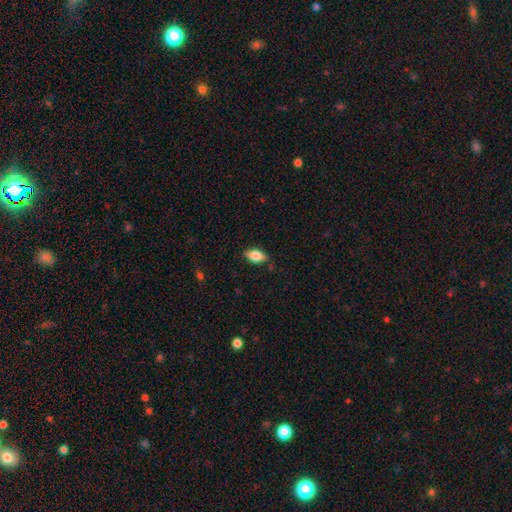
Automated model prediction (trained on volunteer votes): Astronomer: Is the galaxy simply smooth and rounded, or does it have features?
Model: smooth — 81%.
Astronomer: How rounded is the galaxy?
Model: in between — 90%.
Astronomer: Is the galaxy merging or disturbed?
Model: none — 83%.